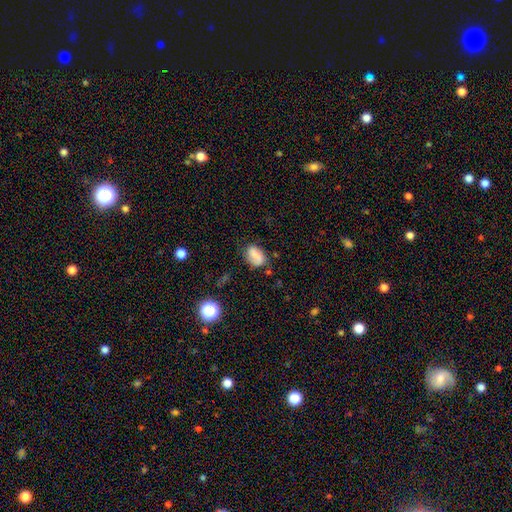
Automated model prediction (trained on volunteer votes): Smooth or featured?
  - smooth: 61% *
  - featured or disk: 28%
  - star or artifact: 11%
How rounded?
  - in between: 79% *
  - round: 19%
  - cigar-shaped: 2%
Merging?
  - none: 67% *
  - minor disturbance: 23%
  - major disturbance: 7%
  - merger: 3%